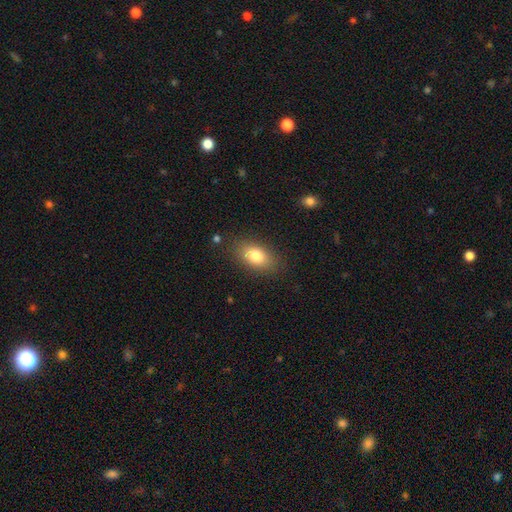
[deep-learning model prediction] Q: Smooth or featured?
A: smooth (80%); runner-up: featured or disk (11%)
Q: How rounded?
A: in between (87%); runner-up: round (10%)
Q: Merging?
A: none (83%); runner-up: minor disturbance (11%)